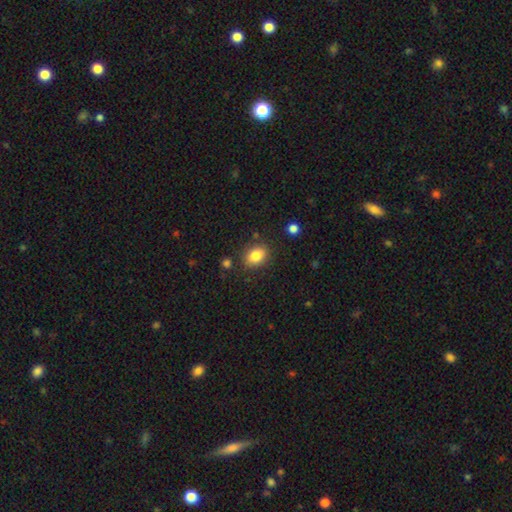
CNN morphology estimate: Smooth or featured? smooth (83%)
How rounded? in between (71%)
Merging? none (82%)